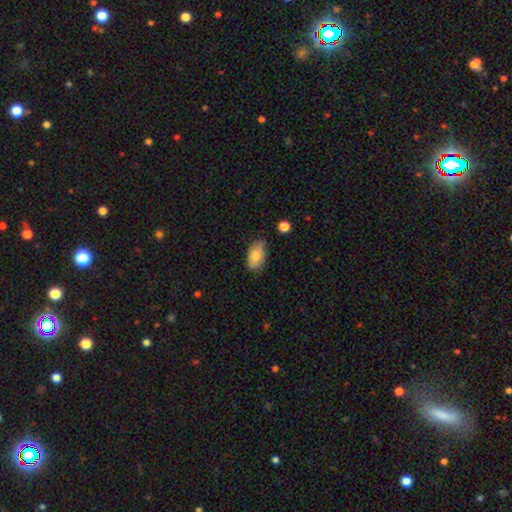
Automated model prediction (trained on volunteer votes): Overall: smooth (79%). How rounded: in between (93%). Merging: none (79%).